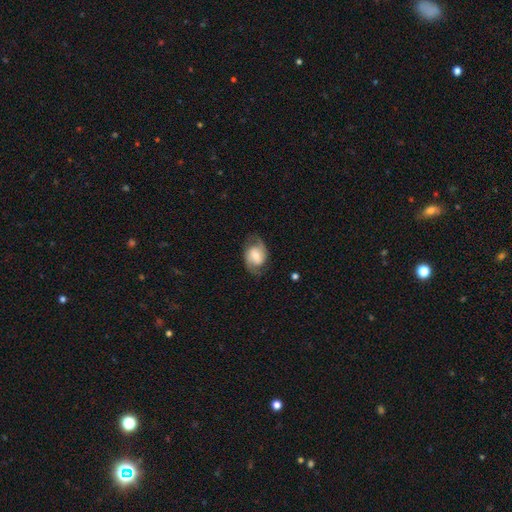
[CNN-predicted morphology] Q: Smooth or featured?
A: featured or disk (71%); runner-up: smooth (22%)
Q: Edge-on disk?
A: no (97%); runner-up: yes (3%)
Q: Bar?
A: no (44%); runner-up: weak (41%)
Q: Spiral arms?
A: yes (92%); runner-up: no (8%)
Q: Spiral winding?
A: medium (48%); runner-up: loose (29%)
Q: Spiral arm count?
A: 2 (90%); runner-up: can't tell (5%)
Q: Bulge size?
A: moderate (49%); runner-up: small (33%)
Q: Merging?
A: none (76%); runner-up: minor disturbance (16%)